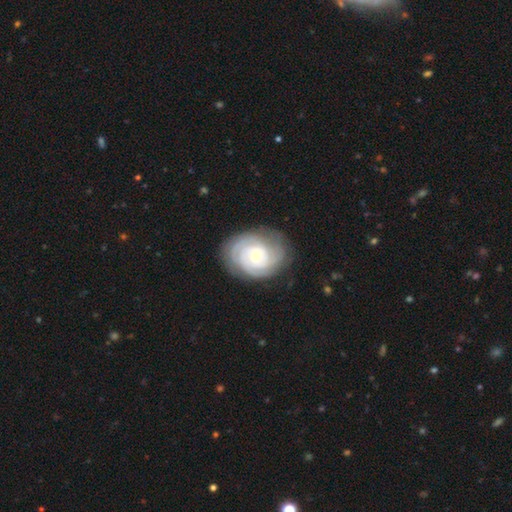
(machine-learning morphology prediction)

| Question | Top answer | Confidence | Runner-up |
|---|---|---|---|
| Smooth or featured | featured or disk | 81% | smooth (13%) |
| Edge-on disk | no | 97% | yes (3%) |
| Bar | no | 75% | weak (21%) |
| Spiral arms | yes | 95% | no (5%) |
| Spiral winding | tight | 76% | medium (20%) |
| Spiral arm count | can't tell | 34% | 3 (23%) |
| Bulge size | small | 65% | moderate (31%) |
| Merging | none | 76% | minor disturbance (17%) |